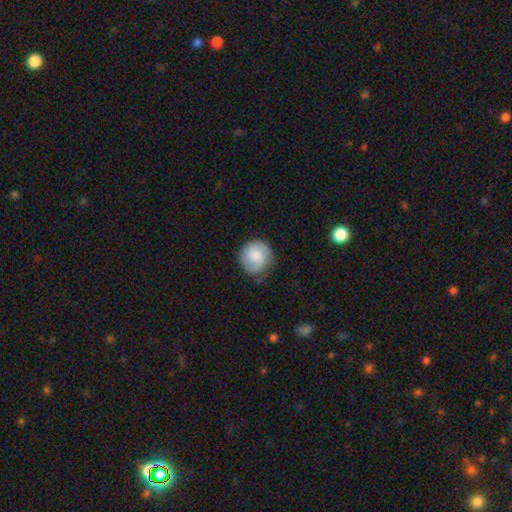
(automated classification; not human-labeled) A smooth galaxy with no disk features (64%) that is round (90%).

Vote fractions:
- Smooth or featured? smooth: 64% / featured or disk: 29% / star or artifact: 7%
- How rounded? round: 90% / in between: 9% / cigar-shaped: 1%
- Merging? none: 71% / minor disturbance: 22% / major disturbance: 6% / merger: 1%